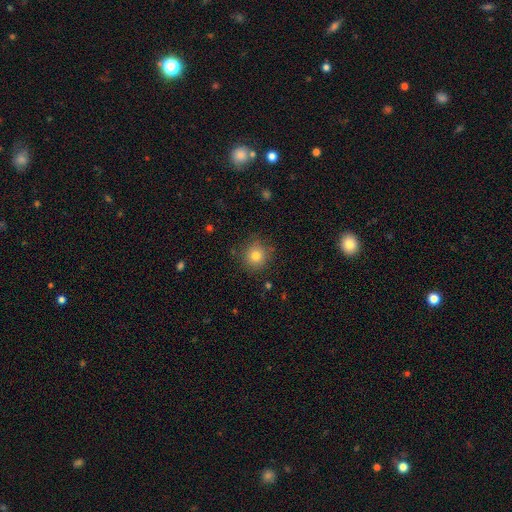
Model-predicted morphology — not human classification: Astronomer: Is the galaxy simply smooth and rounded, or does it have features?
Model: smooth — 79%.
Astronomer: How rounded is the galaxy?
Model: round — 92%.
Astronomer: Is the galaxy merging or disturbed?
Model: none — 84%.